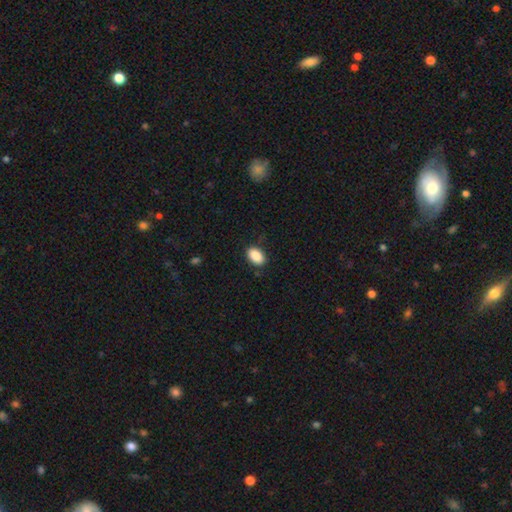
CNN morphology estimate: Overall: smooth (88%). How rounded: in between (90%). Merging: none (85%).